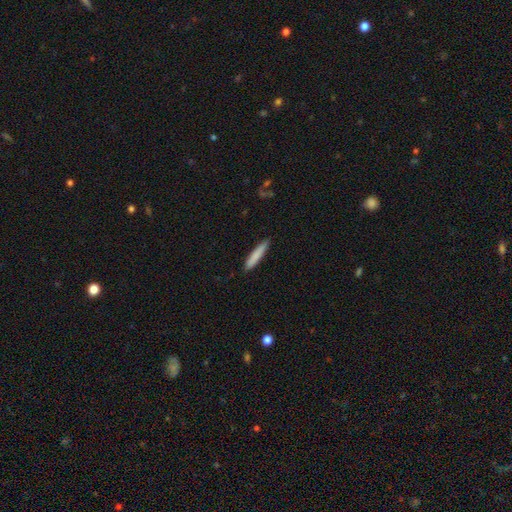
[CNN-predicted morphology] smooth 82%, featured or disk 12%, star or artifact 6%. Down the decision tree: how rounded — cigar-shaped (91%); merging — none (88%).